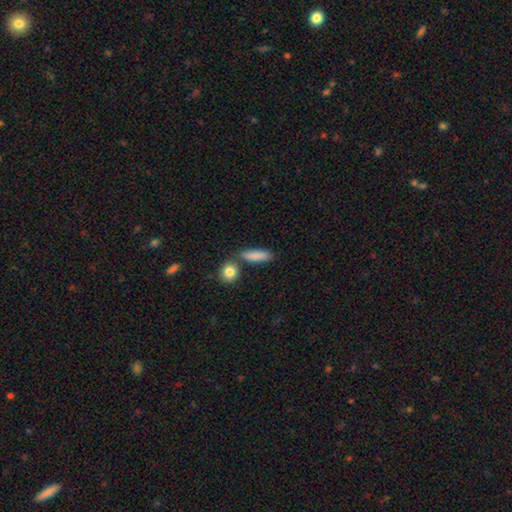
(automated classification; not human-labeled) Morphology: type=smooth (87%); roundness=in between (49%); merging=none (73%).